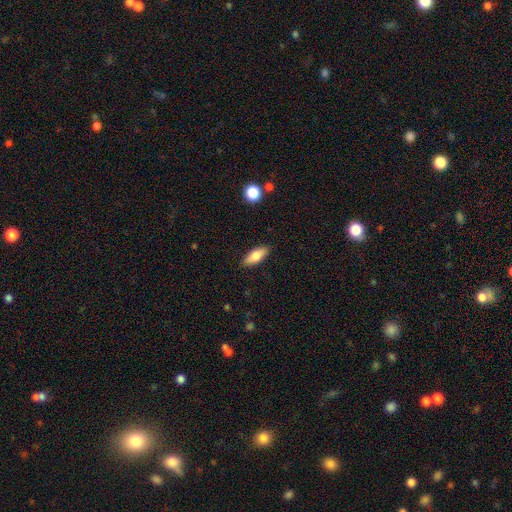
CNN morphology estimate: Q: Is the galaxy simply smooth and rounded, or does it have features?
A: smooth — 75%.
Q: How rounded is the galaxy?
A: in between — 71%.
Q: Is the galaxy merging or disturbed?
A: none — 88%.